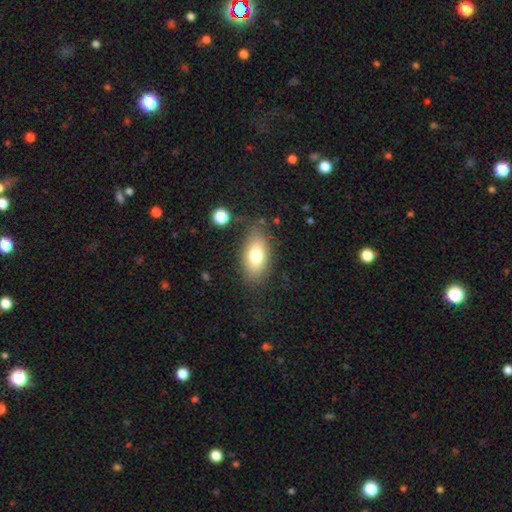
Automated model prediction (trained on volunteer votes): This appears to be a smooth galaxy with no disk features (75%) that is in between round and cigar-shaped (87%). Merging: none (75%).